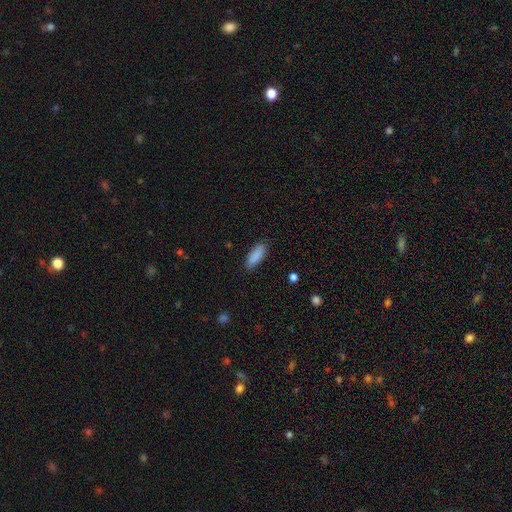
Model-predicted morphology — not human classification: A smooth galaxy with no disk features (89%) that is in between round and cigar-shaped (66%).

Vote fractions:
- Smooth or featured? smooth: 89% / star or artifact: 6% / featured or disk: 5%
- How rounded? in between: 66% / cigar-shaped: 33% / round: 2%
- Merging? none: 87% / minor disturbance: 9% / major disturbance: 2% / merger: 1%